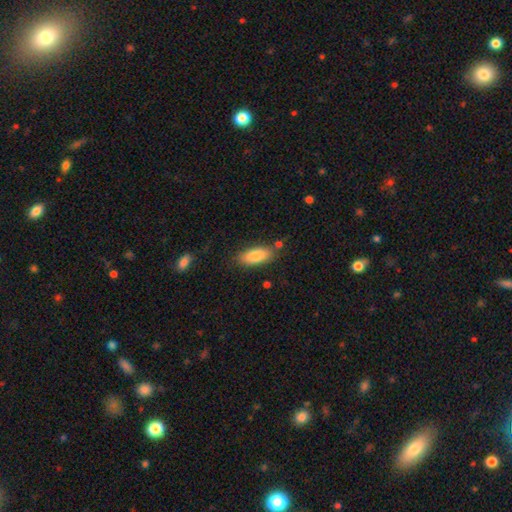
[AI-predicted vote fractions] The model was most divided on "how rounded": in between: 81%, cigar-shaped: 17%, round: 2%. More confident: smooth or featured — smooth (85%); merging — none (79%).